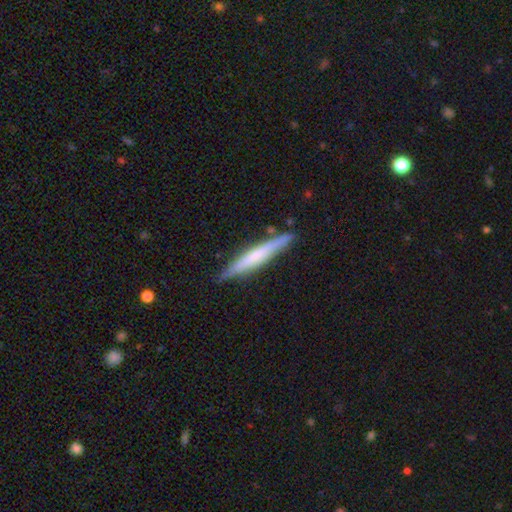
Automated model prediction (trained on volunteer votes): Q: Smooth or featured?
A: featured or disk (48%); runner-up: smooth (47%)
Q: Merging?
A: none (85%); runner-up: minor disturbance (11%)